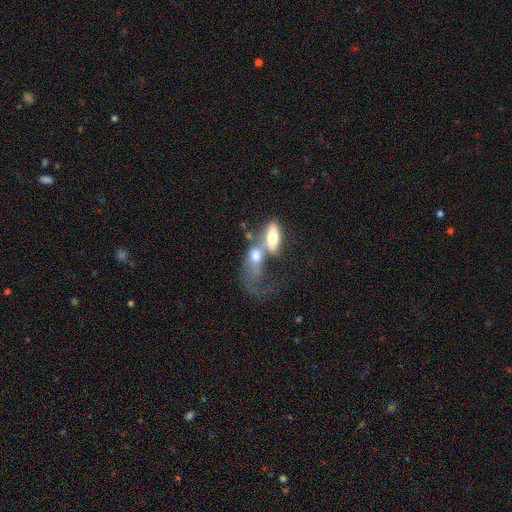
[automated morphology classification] smooth 55%, featured or disk 37%, star or artifact 8%. Down the decision tree: how rounded — in between (73%); merging — merger (70%).